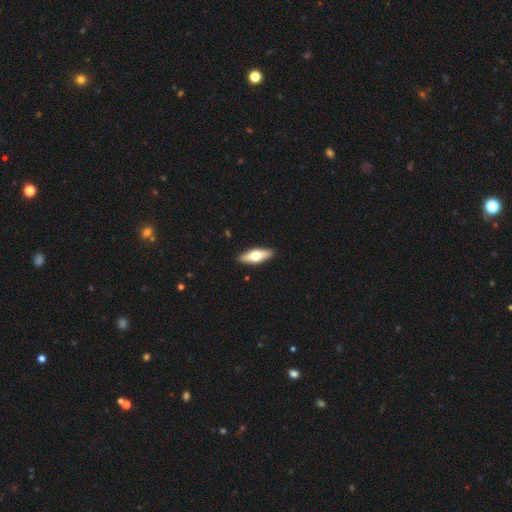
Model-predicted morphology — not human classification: Overall: smooth (54%; featured or disk 41%). How rounded: in between (62%; cigar-shaped 35%). Merging: none (91%).